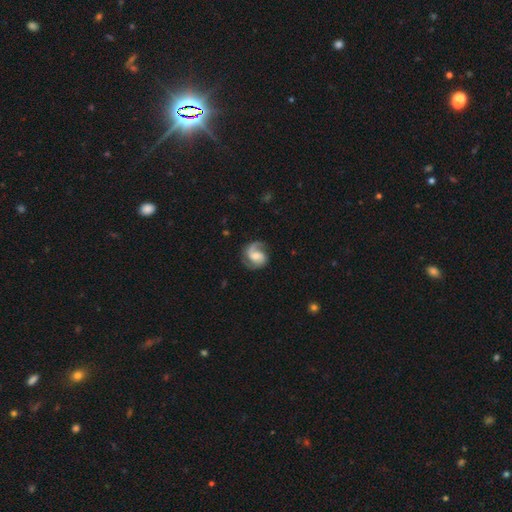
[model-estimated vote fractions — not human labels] Smooth or featured: featured or disk — 84% (smooth — 11%)
Edge-on disk: no — 98% (yes — 2%)
Bar: weak — 46% (no — 41%)
Spiral arms: yes — 97% (no — 3%)
Spiral winding: medium — 51% (tight — 25%)
Spiral arm count: 2 — 82% (1 — 11%)
Bulge size: moderate — 53% (small — 31%)
Merging: none — 75% (minor disturbance — 16%)